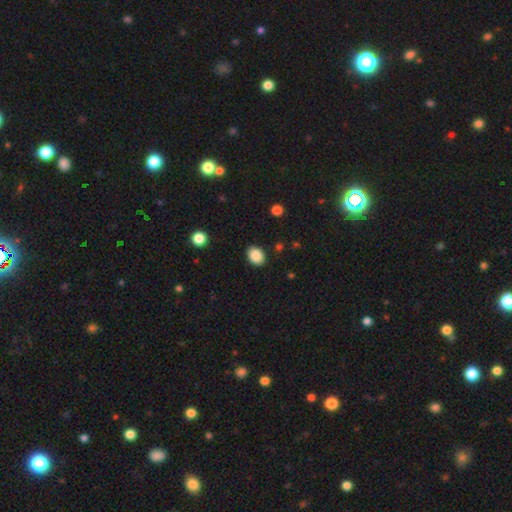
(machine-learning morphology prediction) Overall: smooth (88%). How rounded: in between (61%; round 38%). Merging: none (89%).